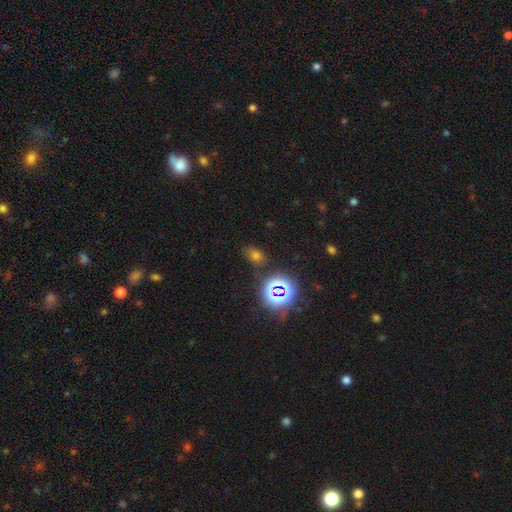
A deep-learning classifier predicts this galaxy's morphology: type=smooth (59%); roundness=in between (71%); merging=none (79%).